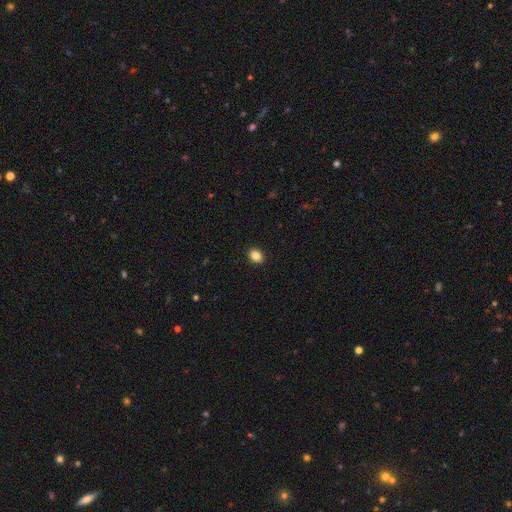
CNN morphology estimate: Smooth or featured: smooth — 86% (star or artifact — 10%)
How rounded: in between — 54% (round — 45%)
Merging: none — 91% (minor disturbance — 6%)